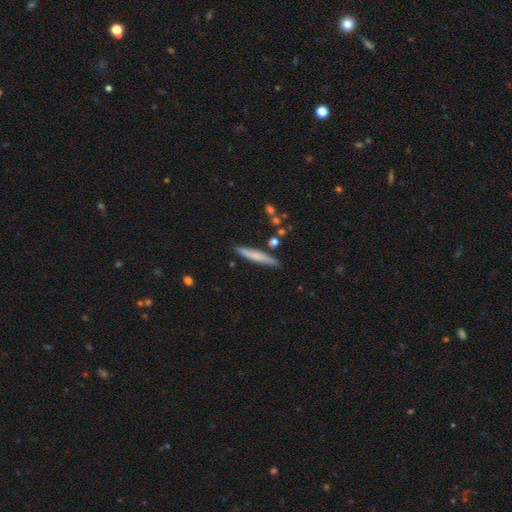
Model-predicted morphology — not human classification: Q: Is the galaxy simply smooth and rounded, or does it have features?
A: smooth — 62%.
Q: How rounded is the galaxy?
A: cigar-shaped — 94%.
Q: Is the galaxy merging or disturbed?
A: none — 85%.